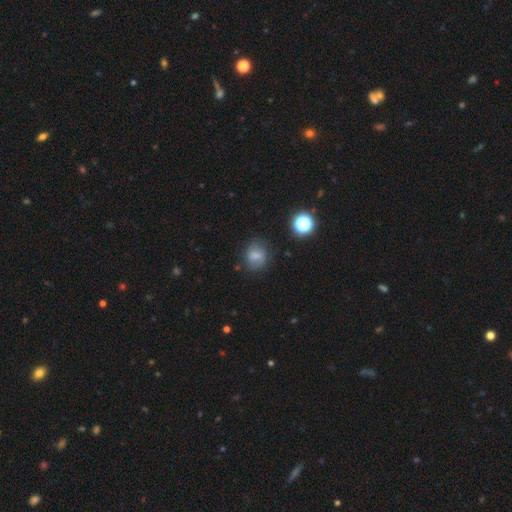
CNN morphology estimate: This is likely a smooth galaxy (64%). How rounded: likely round (62%). Merging: likely none (71%).